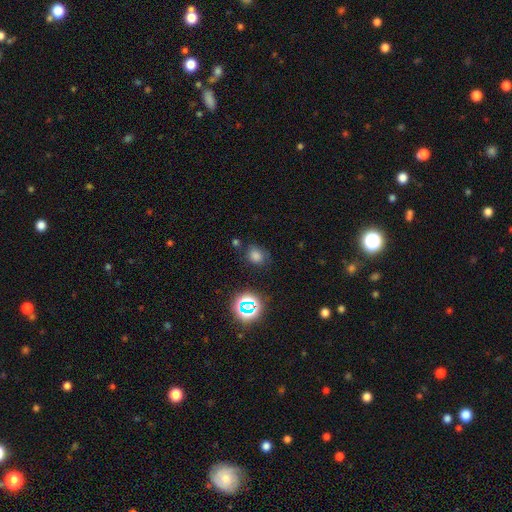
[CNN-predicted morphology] Overall: smooth (72%). How rounded: round (57%; in between 42%). Merging: none (72%).